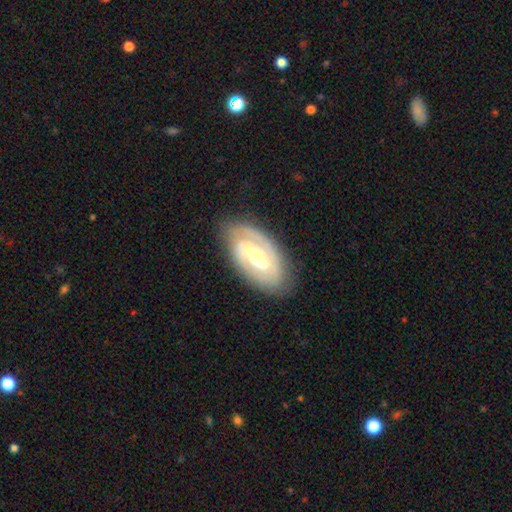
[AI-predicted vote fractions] A featured or disk galaxy (80%) with a strong bar (59%), 2 (71%) tight (58%) spiral arms (83%) and a moderate central bulge (48%).

Vote fractions:
- Smooth or featured? featured or disk: 80% / smooth: 15% / star or artifact: 5%
- Edge-on disk? no: 94% / yes: 6%
- Bar? strong: 59% / weak: 30% / no: 11%
- Spiral arms? yes: 83% / no: 17%
- Spiral winding? tight: 58% / medium: 33% / loose: 9%
- Spiral arm count? 2: 71% / can't tell: 14% / 1: 11% / 3: 2% / 4: 1% / more than 4: 1%
- Bulge size? moderate: 48% / large: 24% / small: 20% / none: 5% / dominant: 3%
- Merging? none: 79% / minor disturbance: 15% / major disturbance: 5% / merger: 1%